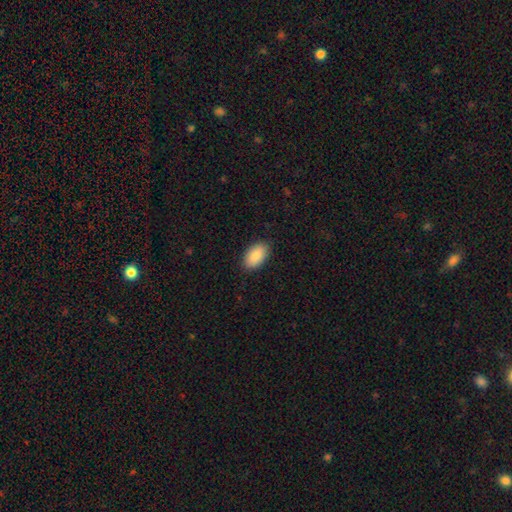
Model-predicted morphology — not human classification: This is clearly a smooth galaxy (90%). How rounded: clearly in between (95%). Merging: clearly none (88%).